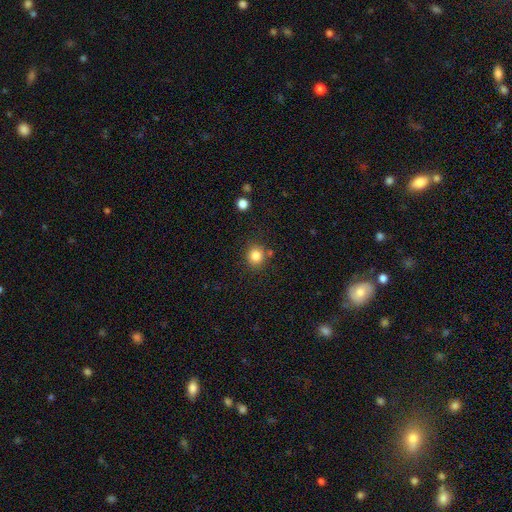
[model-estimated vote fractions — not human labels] Overall: smooth (84%). How rounded: round (84%). Merging: none (81%).